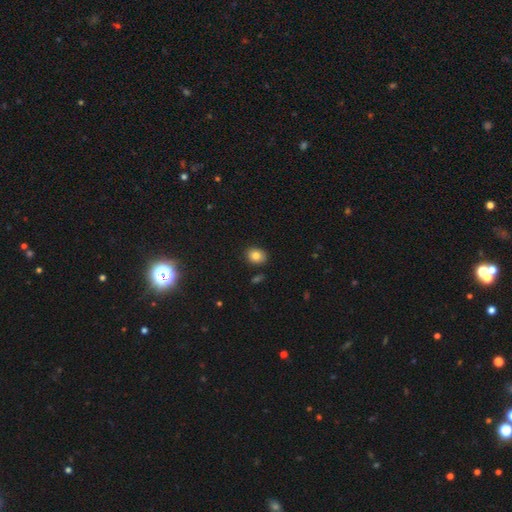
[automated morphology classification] Smooth or featured? Predicted: smooth (p=0.83). How rounded? Predicted: in between (p=0.56). Merging? Predicted: none (p=0.86).